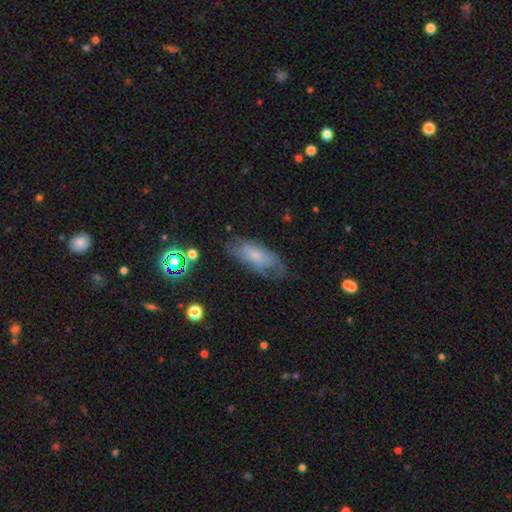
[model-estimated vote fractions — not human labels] smooth 56%, featured or disk 35%, star or artifact 10%. Down the decision tree: how rounded — in between (80%); merging — none (59%).